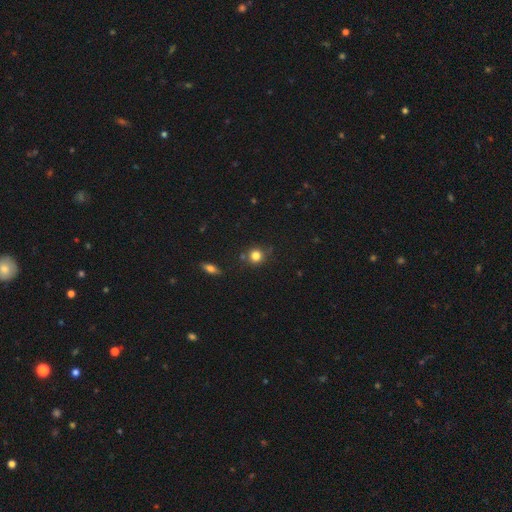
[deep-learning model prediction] This is clearly a smooth galaxy (81%). How rounded: clearly round (89%). Merging: likely none (76%).